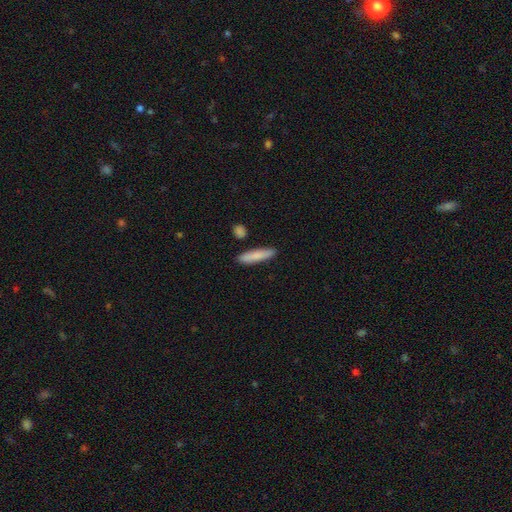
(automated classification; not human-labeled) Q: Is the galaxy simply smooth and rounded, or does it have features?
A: smooth — 82%.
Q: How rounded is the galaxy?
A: cigar-shaped — 82%.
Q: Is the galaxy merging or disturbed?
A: none — 87%.